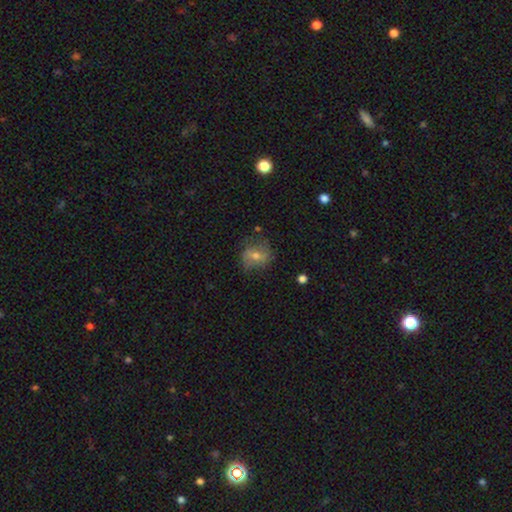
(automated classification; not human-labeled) smooth_or_featured: featured or disk (p=0.44) [tied with: smooth p=0.44]
merging: none (p=0.69) [alt: minor disturbance p=0.21]